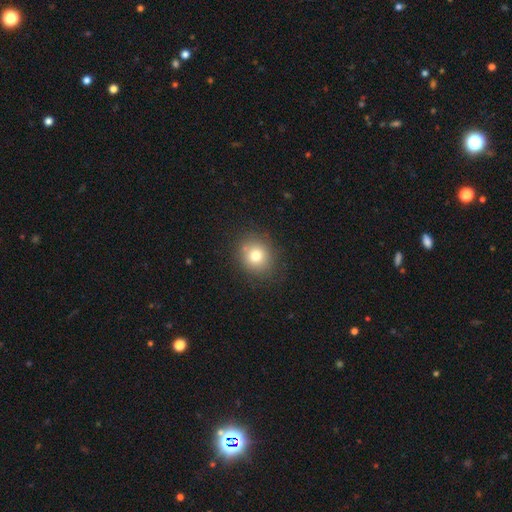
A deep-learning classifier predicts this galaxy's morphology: This appears to be a smooth galaxy with no disk features (77%) that is round (78%). Merging: none (83%).